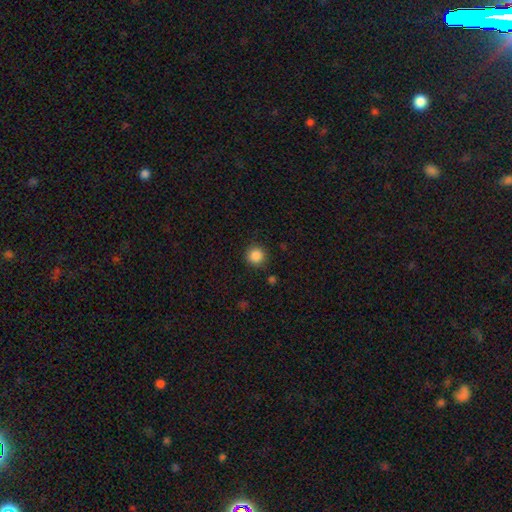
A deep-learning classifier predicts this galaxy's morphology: Smooth or featured? smooth (87%)
How rounded? round (95%)
Merging? none (90%)